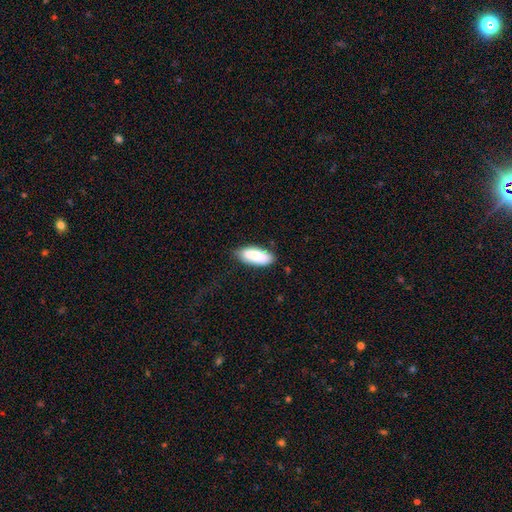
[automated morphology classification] Overall: smooth (83%). How rounded: in between (84%). Merging: none (74%).